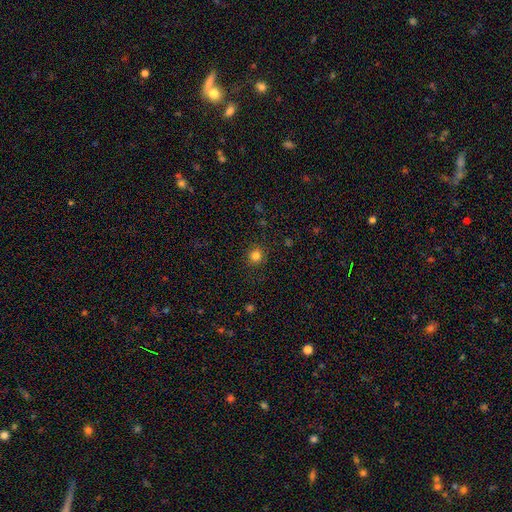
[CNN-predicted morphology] Q: Smooth or featured?
A: smooth (82%); runner-up: star or artifact (13%)
Q: How rounded?
A: round (92%); runner-up: in between (7%)
Q: Merging?
A: none (89%); runner-up: minor disturbance (7%)